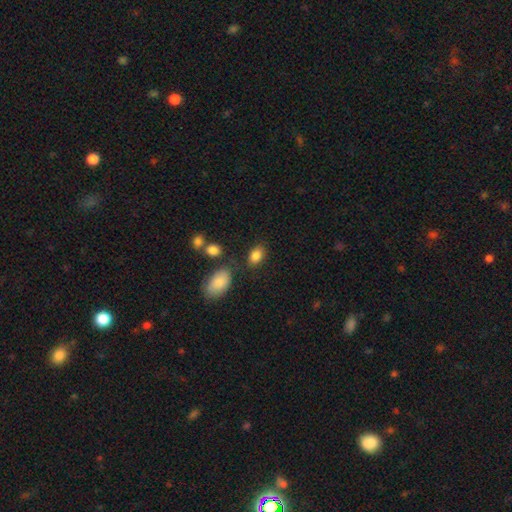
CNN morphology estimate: Overall: smooth (86%). How rounded: in between (83%). Merging: none (77%).